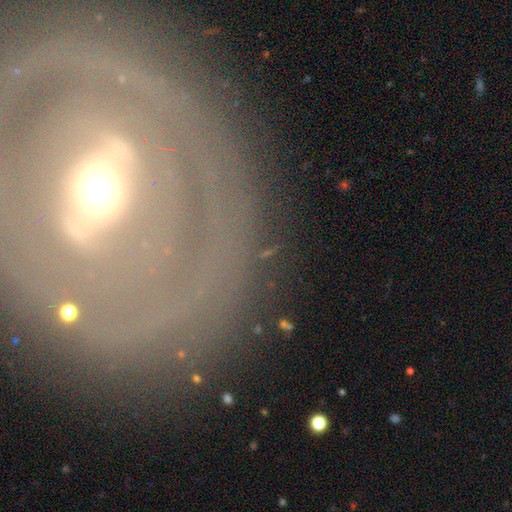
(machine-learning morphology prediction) Smooth or featured?
  - featured or disk: 77% *
  - smooth: 15%
  - star or artifact: 9%
Edge-on disk?
  - no: 90% *
  - yes: 10%
Bar?
  - strong: 42% *
  - weak: 30%
  - no: 28%
Spiral arms?
  - no: 53% *
  - yes: 47%
Bulge size?
  - moderate: 67% *
  - small: 20%
  - large: 9%
  - dominant: 2%
  - none: 1%
Merging?
  - none: 79% *
  - minor disturbance: 12%
  - major disturbance: 7%
  - merger: 2%